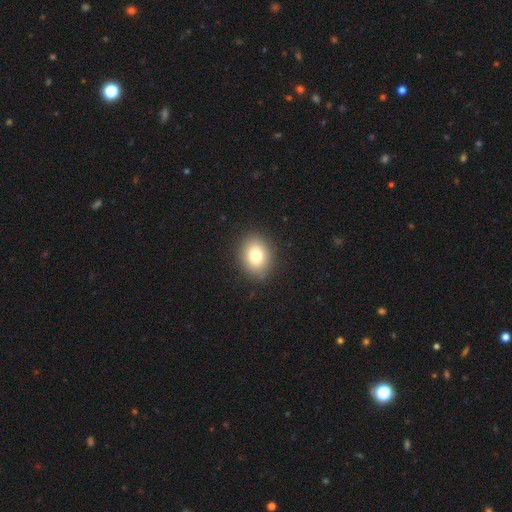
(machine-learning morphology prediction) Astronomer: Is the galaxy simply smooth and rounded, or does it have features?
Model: smooth — 77%.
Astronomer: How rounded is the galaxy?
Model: round — 52% (runner-up: in between, 47%).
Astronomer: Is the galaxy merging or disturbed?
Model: none — 89%.